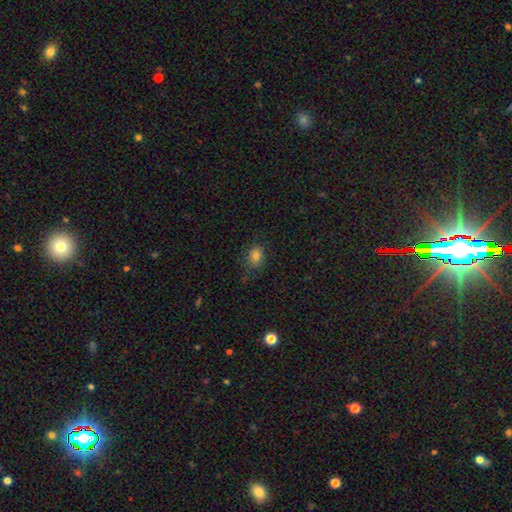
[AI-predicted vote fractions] Smooth or featured?
  - smooth: 79% *
  - star or artifact: 13%
  - featured or disk: 7%
How rounded?
  - in between: 56% *
  - round: 43%
  - cigar-shaped: 1%
Merging?
  - none: 71% *
  - minor disturbance: 21%
  - major disturbance: 6%
  - merger: 2%